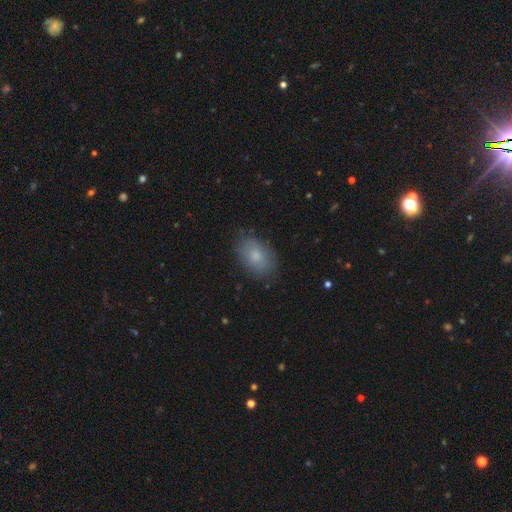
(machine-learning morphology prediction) The model was most divided on "merging": none: 81%, minor disturbance: 14%, major disturbance: 3%, merger: 1%. More confident: how rounded — in between (87%); smooth or featured — smooth (80%).